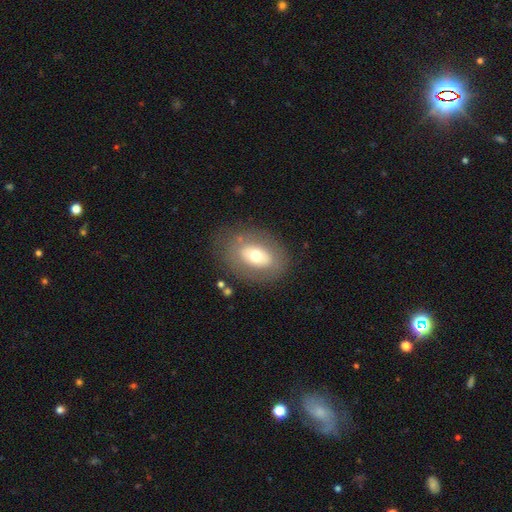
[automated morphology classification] smooth_or_featured: smooth (p=0.57) [alt: featured or disk p=0.35]
how_rounded: in between (p=0.79) [alt: round p=0.20]
merging: none (p=0.78) [alt: minor disturbance p=0.13]